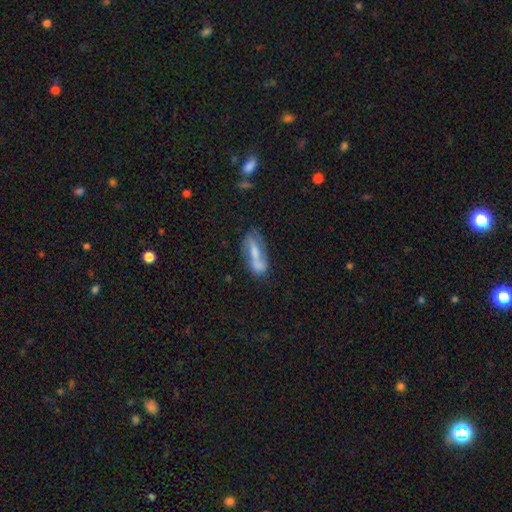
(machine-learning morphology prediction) A featured or disk galaxy (51%). Merging: none (51%).